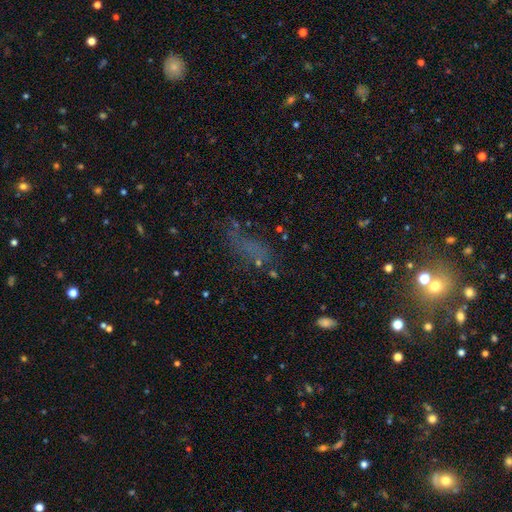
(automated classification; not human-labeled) A smooth galaxy with no disk features (46%).

Vote fractions:
- Smooth or featured? smooth: 46% / star or artifact: 33% / featured or disk: 21%
- Merging? none: 50% / major disturbance: 24% / minor disturbance: 19% / merger: 7%